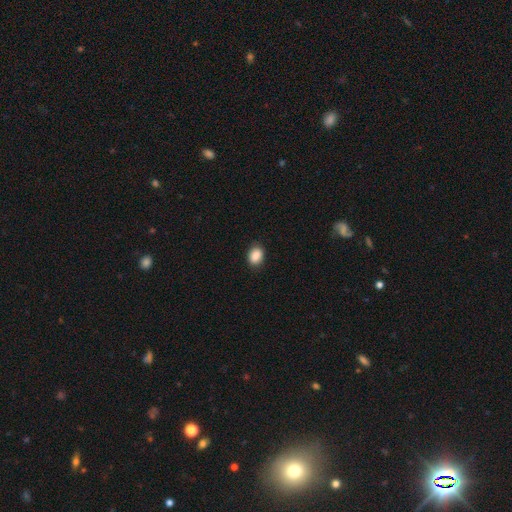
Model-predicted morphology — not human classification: This is clearly a smooth galaxy (88%). How rounded: likely in between (71%). Merging: clearly none (86%).